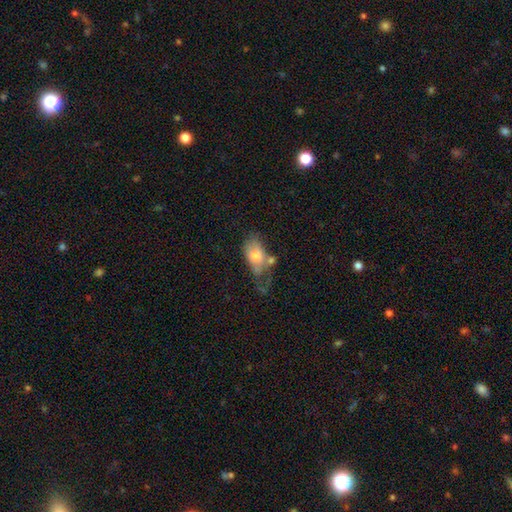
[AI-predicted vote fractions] This is likely a smooth galaxy (64%). How rounded: clearly in between (89%). Merging: marginally major disturbance (29%).